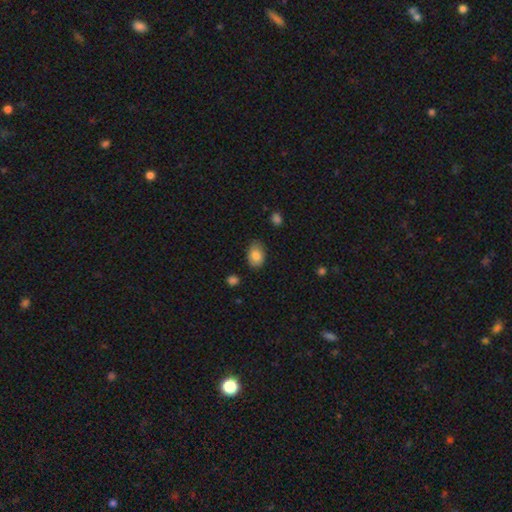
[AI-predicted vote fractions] Morphology: type=smooth (85%); roundness=in between (81%); merging=none (75%).